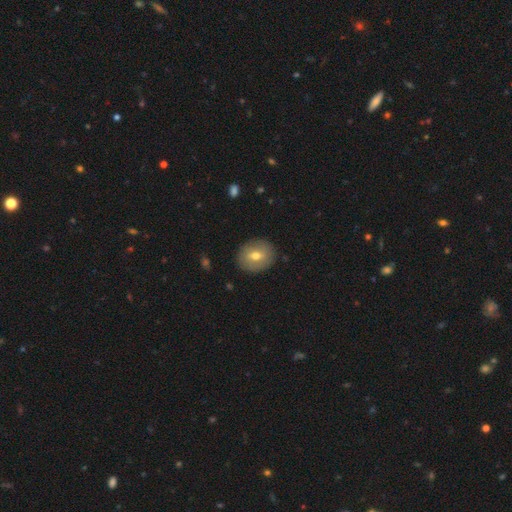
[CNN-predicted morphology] Overall: smooth (60%; featured or disk 32%). How rounded: round (64%; in between 35%). Merging: none (86%).